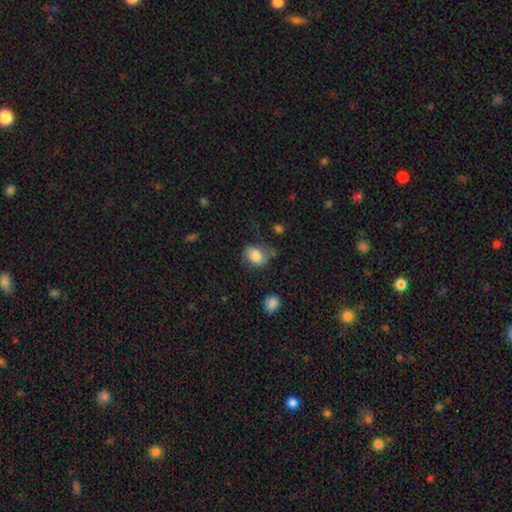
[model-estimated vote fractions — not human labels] Smooth or featured?
  - smooth: 78% *
  - featured or disk: 13%
  - star or artifact: 8%
How rounded?
  - in between: 63% *
  - round: 36%
  - cigar-shaped: 1%
Merging?
  - none: 52% *
  - minor disturbance: 30%
  - major disturbance: 14%
  - merger: 4%